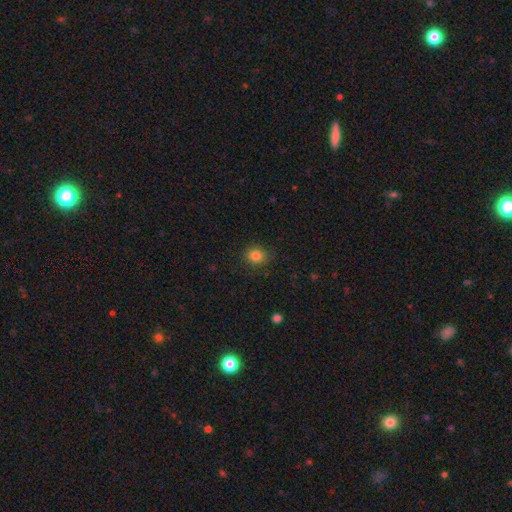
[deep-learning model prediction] Smooth or featured? smooth (83%)
How rounded? round (80%)
Merging? none (87%)